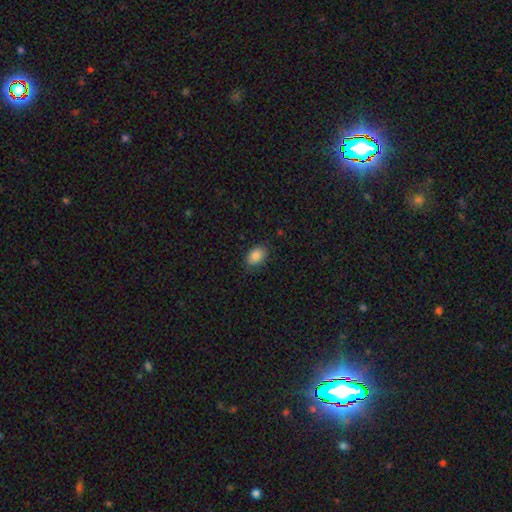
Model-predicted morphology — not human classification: smooth 87%, star or artifact 8%, featured or disk 5%. Down the decision tree: how rounded — in between (84%); merging — none (82%).